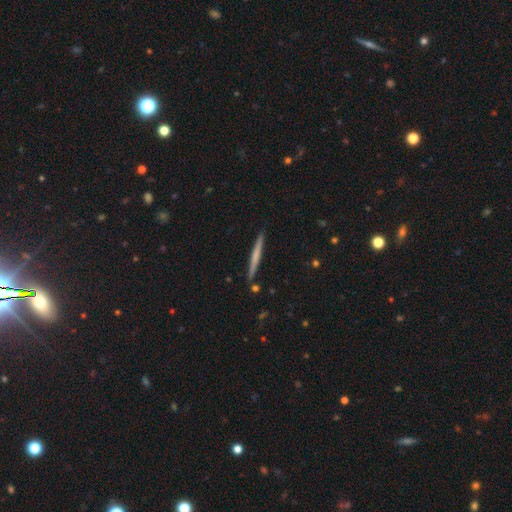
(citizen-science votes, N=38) Volunteers were most divided on "smooth or featured": smooth: 55%, featured or disk: 42%, star or artifact: 3%. More confident: how rounded — cigar-shaped (100%); merging — none (95%).